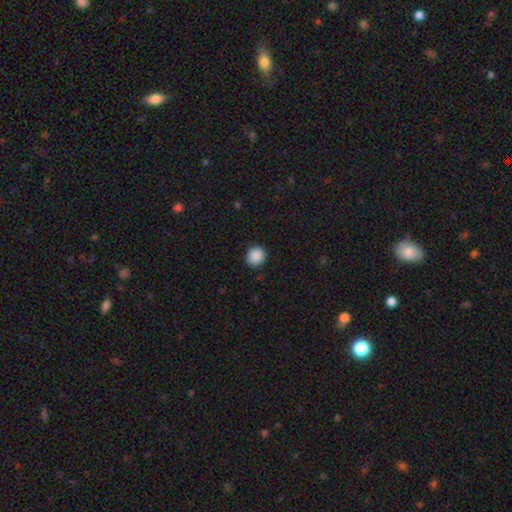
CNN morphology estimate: smooth-or-featured: smooth: 89% | star or artifact: 8% | featured or disk: 2%
  how-rounded: round: 84% | in between: 15% | cigar-shaped: 1%
  merging: none: 91% | minor disturbance: 7% | major disturbance: 2% | merger: 1%